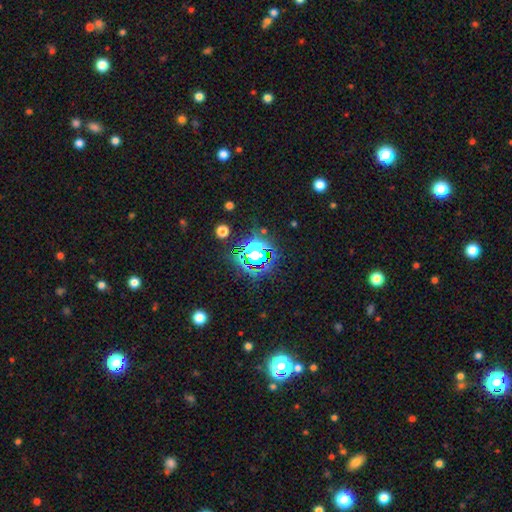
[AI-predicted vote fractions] Morphology: type=star or artifact (66%).